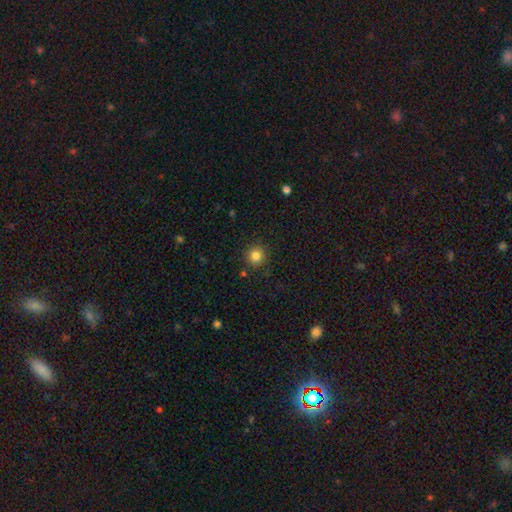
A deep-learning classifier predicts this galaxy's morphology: This appears to be a smooth galaxy with no disk features (83%) that is round (94%). Merging: none (90%).